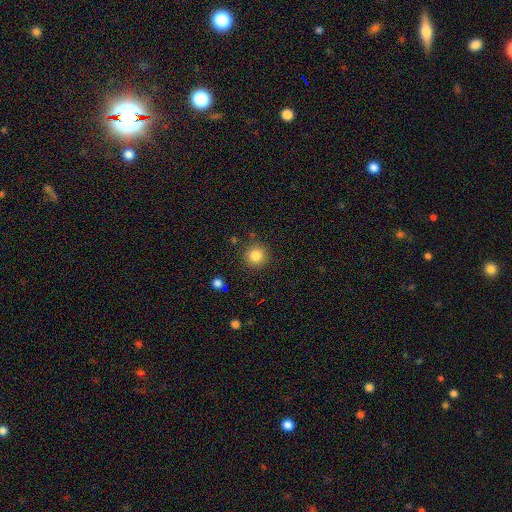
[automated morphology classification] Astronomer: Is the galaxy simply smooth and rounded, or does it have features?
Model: smooth — 83%.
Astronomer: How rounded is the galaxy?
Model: round — 95%.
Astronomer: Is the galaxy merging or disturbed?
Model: none — 89%.